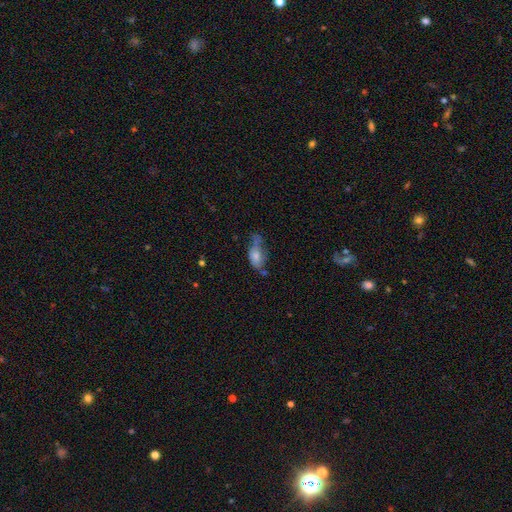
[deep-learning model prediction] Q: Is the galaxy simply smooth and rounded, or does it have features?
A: smooth — 65%.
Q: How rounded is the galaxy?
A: in between — 85%.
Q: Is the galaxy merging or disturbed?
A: major disturbance — 31%.